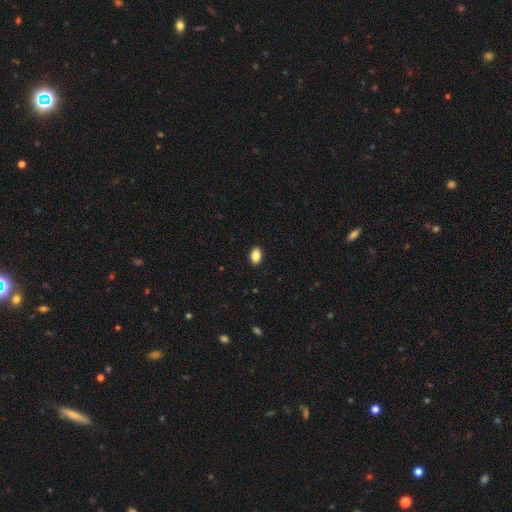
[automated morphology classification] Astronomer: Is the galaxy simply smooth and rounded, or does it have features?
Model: smooth — 85%.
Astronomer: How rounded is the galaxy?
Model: in between — 86%.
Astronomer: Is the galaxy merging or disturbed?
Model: none — 90%.